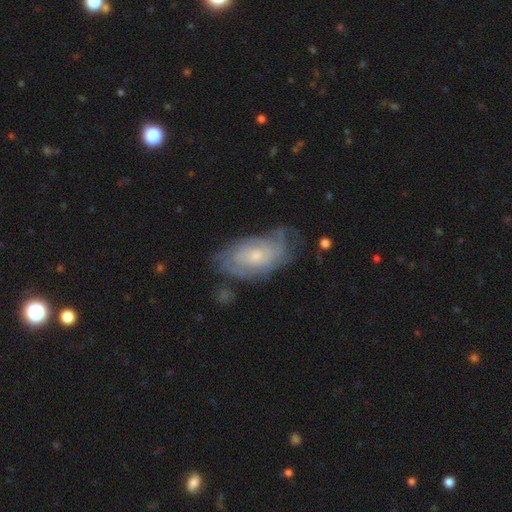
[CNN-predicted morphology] This appears to be a featured or disk galaxy (77%) with no bar (75%), tight (64%) spiral arms (88%) and a small central bulge (54%). Merging: none (63%).